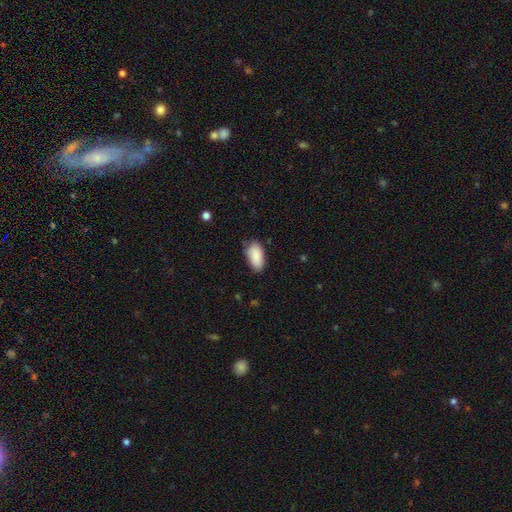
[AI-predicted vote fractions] Smooth or featured? Predicted: smooth (p=0.89). How rounded? Predicted: in between (p=0.94). Merging? Predicted: none (p=0.73).